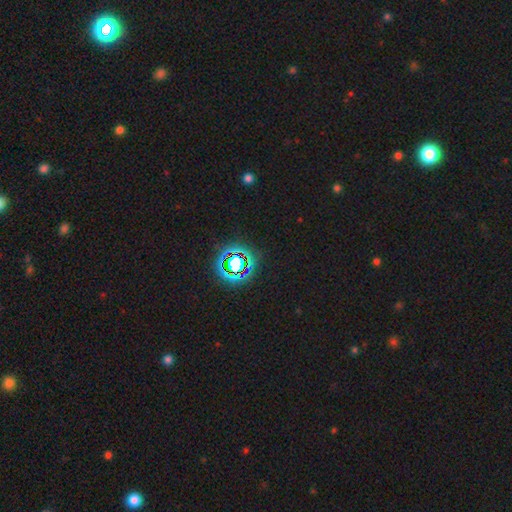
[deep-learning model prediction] Morphology: type=star or artifact (72%).